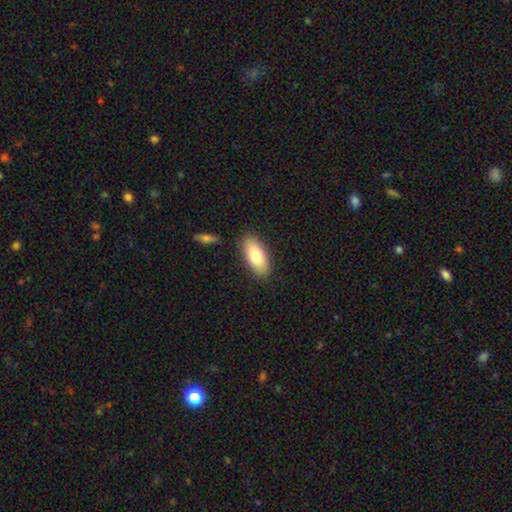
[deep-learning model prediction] Morphology: type=smooth (78%); roundness=in between (87%); merging=none (85%).